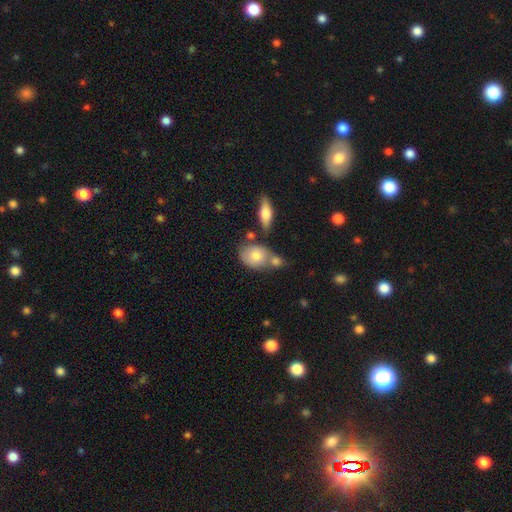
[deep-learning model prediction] smooth-or-featured: smooth: 76% | featured or disk: 17% | star or artifact: 7%
  how-rounded: in between: 65% | round: 33% | cigar-shaped: 2%
  merging: none: 47% | merger: 32% | minor disturbance: 16% | major disturbance: 5%